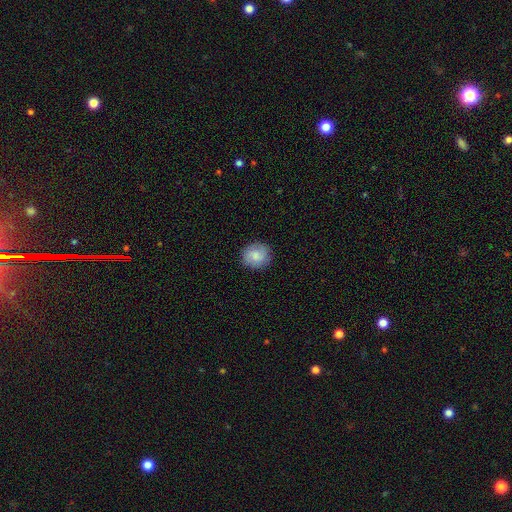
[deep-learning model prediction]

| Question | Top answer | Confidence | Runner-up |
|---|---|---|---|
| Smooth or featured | smooth | 75% | featured or disk (17%) |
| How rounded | round | 87% | in between (12%) |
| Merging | none | 87% | minor disturbance (10%) |